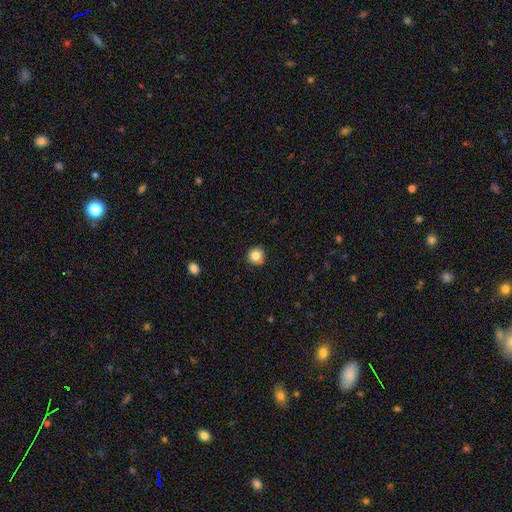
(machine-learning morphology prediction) This appears to be a smooth galaxy with no disk features (83%) that is round (94%). Merging: none (88%).